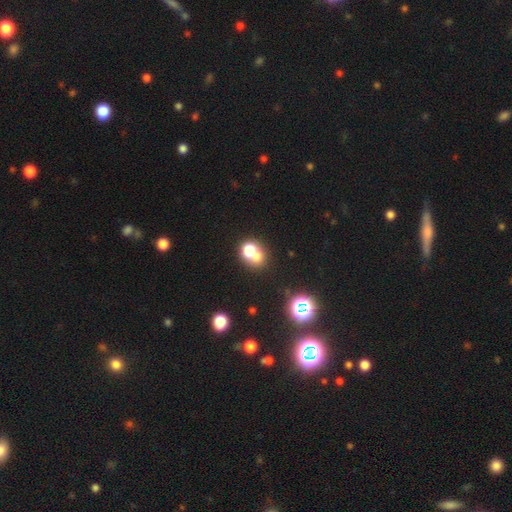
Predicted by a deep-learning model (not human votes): This appears to be a smooth galaxy with no disk features (62%) that is round (67%). Merging: merger (55%).